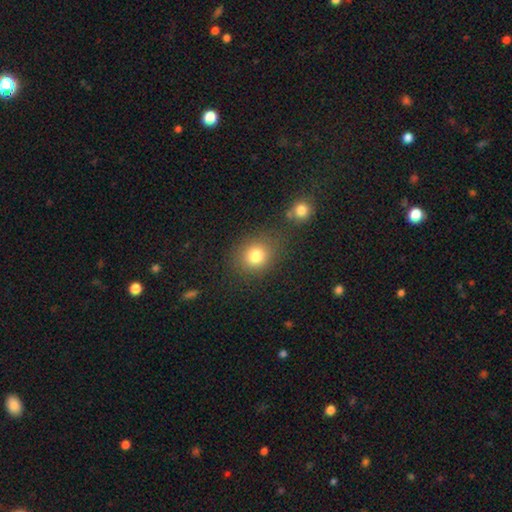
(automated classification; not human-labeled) This is likely a smooth galaxy (80%). How rounded: likely round (71%). Merging: likely none (75%).